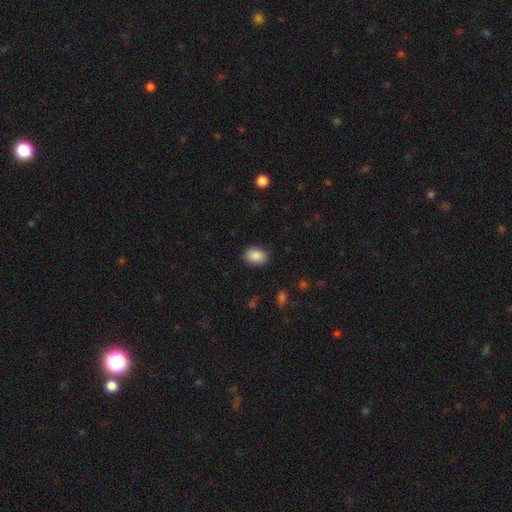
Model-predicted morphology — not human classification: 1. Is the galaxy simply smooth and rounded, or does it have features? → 88% smooth, 7% star or artifact, 5% featured or disk.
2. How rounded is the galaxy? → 81% in between, 18% round, 1% cigar-shaped.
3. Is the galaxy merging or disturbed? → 87% none, 9% minor disturbance, 2% major disturbance, 1% merger.